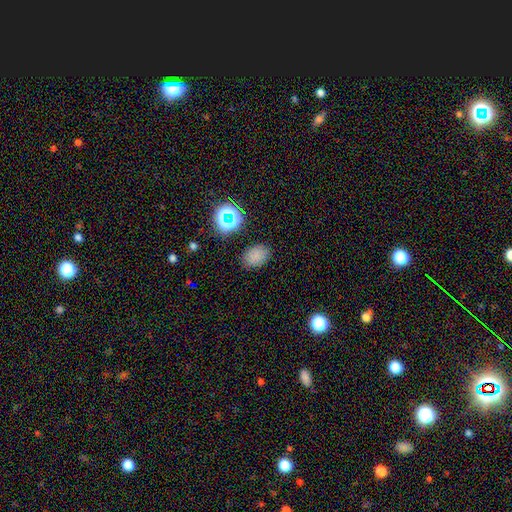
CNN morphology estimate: Smooth or featured? smooth (75%)
How rounded? in between (71%)
Merging? none (82%)